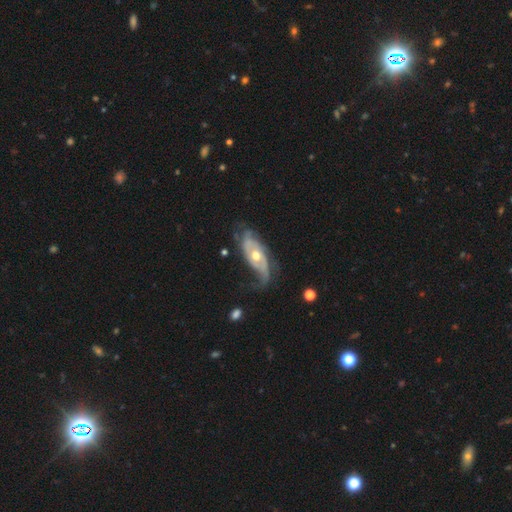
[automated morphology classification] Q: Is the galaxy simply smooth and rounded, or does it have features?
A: featured or disk — 82%.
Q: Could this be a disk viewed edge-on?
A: no — 90%.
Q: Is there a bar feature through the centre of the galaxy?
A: no — 73%.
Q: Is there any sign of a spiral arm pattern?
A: yes — 89%.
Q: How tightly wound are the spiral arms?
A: medium — 36%.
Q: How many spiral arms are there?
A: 2 — 55%.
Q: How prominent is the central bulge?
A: moderate — 73%.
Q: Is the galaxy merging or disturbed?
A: none — 51%.